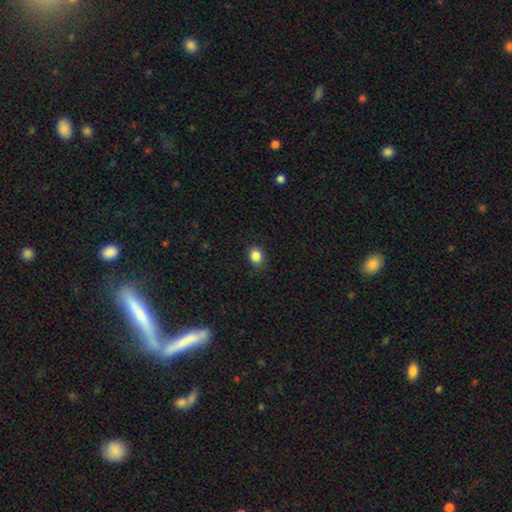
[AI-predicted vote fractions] A smooth galaxy with no disk features (86%) that is in between round and cigar-shaped (50%).

Vote fractions:
- Smooth or featured? smooth: 86% / star or artifact: 10% / featured or disk: 4%
- How rounded? in between: 50% / round: 49% / cigar-shaped: 1%
- Merging? none: 86% / minor disturbance: 11% / major disturbance: 2% / merger: 1%